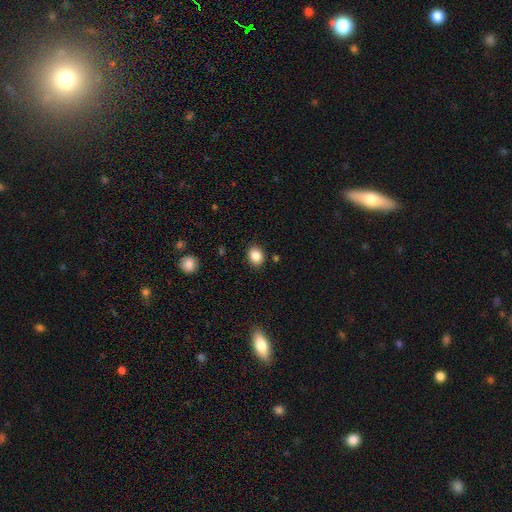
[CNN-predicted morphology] Q: Smooth or featured?
A: smooth (87%); runner-up: star or artifact (9%)
Q: How rounded?
A: round (53%); runner-up: in between (46%)
Q: Merging?
A: none (88%); runner-up: minor disturbance (8%)